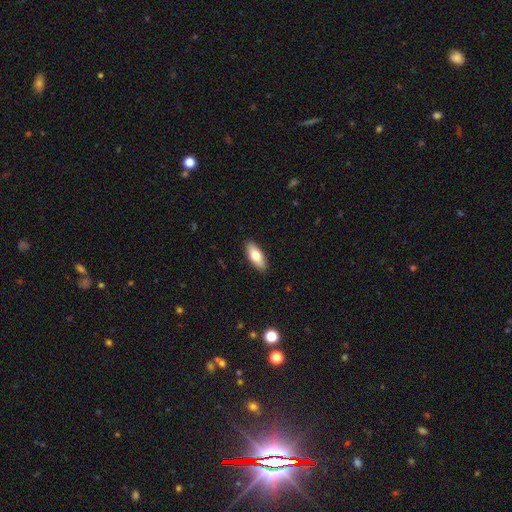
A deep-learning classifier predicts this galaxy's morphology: Smooth or featured: smooth — 75% (featured or disk — 19%)
How rounded: in between — 79% (cigar-shaped — 18%)
Merging: none — 90% (minor disturbance — 7%)